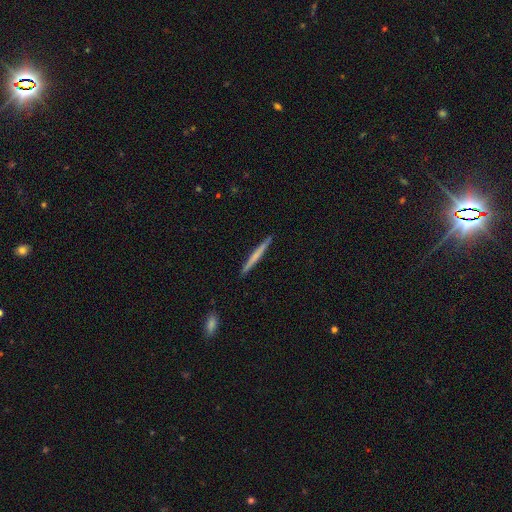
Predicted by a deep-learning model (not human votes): This is possibly a smooth galaxy (54%). How rounded: clearly cigar-shaped (97%). Merging: clearly none (92%).